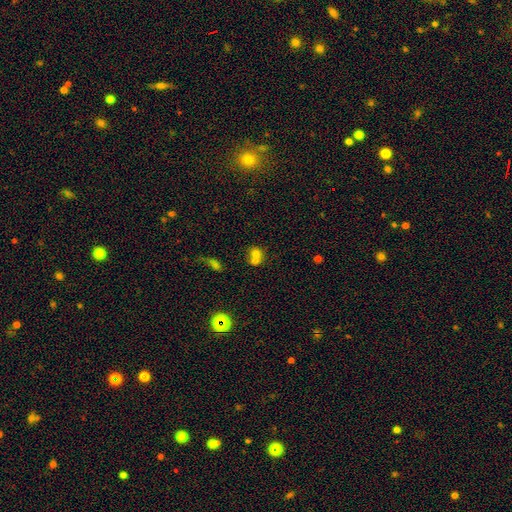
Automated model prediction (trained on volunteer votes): A smooth galaxy with no disk features (67%) that is round (70%).

Vote fractions:
- Smooth or featured? smooth: 67% / featured or disk: 18% / star or artifact: 15%
- How rounded? round: 70% / in between: 29% / cigar-shaped: 1%
- Merging? merger: 60% / none: 29% / minor disturbance: 7% / major disturbance: 4%